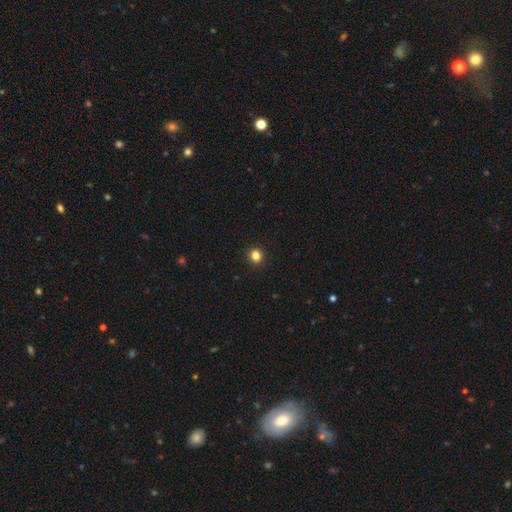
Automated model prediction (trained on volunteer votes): This appears to be a smooth galaxy with no disk features (83%) that is round (85%). Merging: none (93%).